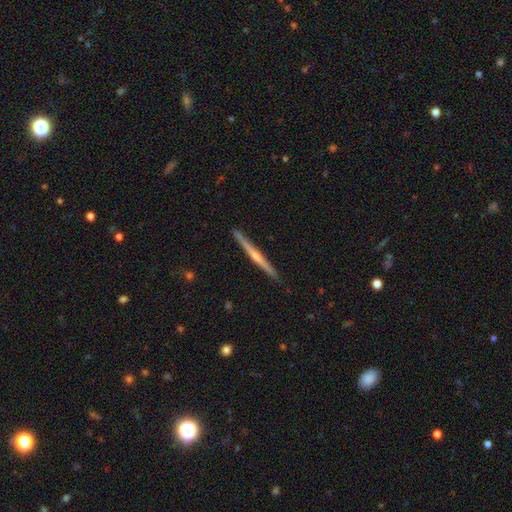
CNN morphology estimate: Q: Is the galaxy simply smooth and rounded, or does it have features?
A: featured or disk — 76%.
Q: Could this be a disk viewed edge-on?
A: yes — 98%.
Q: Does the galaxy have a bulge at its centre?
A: rounded — 75%.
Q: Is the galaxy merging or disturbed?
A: none — 91%.